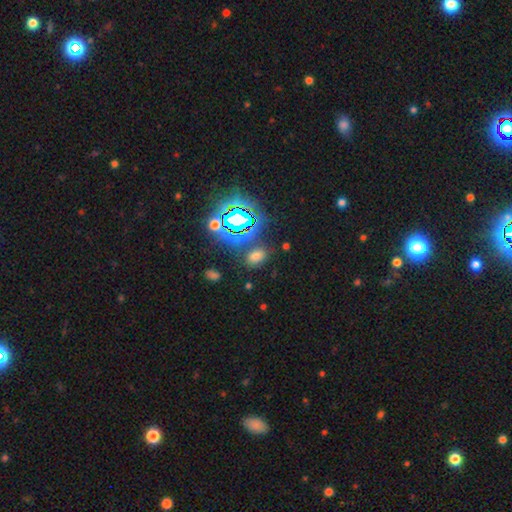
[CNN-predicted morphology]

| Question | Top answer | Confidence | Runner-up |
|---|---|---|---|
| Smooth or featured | smooth | 58% | star or artifact (35%) |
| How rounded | in between | 81% | round (17%) |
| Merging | none | 79% | minor disturbance (12%) |